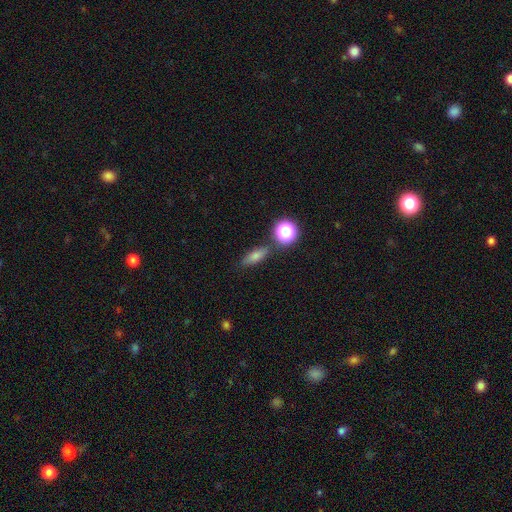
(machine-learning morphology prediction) Overall: smooth (66%). How rounded: in between (52%; cigar-shaped 33%). Merging: none (81%).